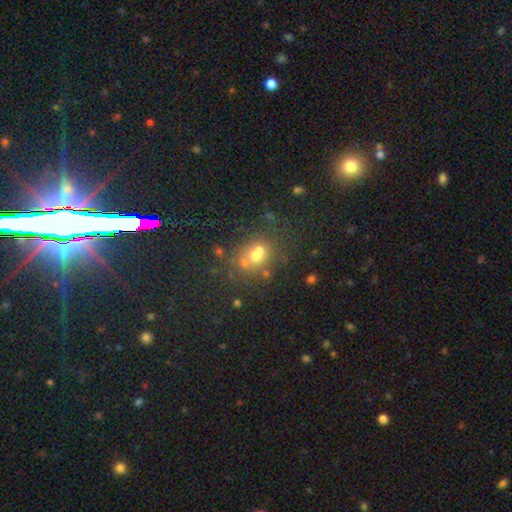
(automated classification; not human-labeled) This is possibly a smooth galaxy (53%). How rounded: possibly round (59%). Merging: marginally merger (41%, tied with none).